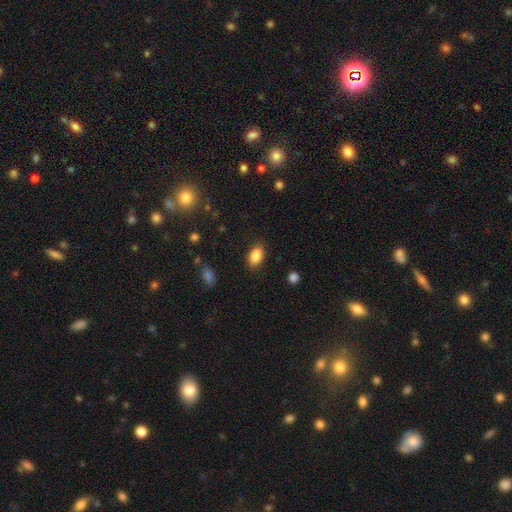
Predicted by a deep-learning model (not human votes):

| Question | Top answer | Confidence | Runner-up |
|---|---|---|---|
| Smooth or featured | smooth | 87% | star or artifact (8%) |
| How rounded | in between | 89% | round (9%) |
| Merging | none | 86% | minor disturbance (10%) |